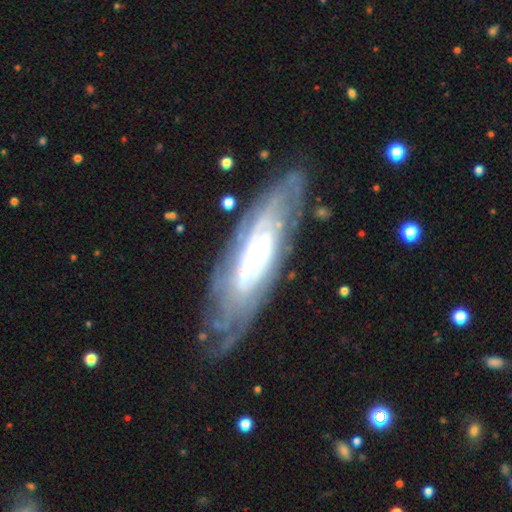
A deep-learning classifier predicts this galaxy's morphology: type=featured or disk (82%); edge-on=no (80%); bar=no (70%); spiral arms=yes (90%); winding=tight (76%); arm count=can't tell (58%); bulge=small (75%); merging=none (74%).